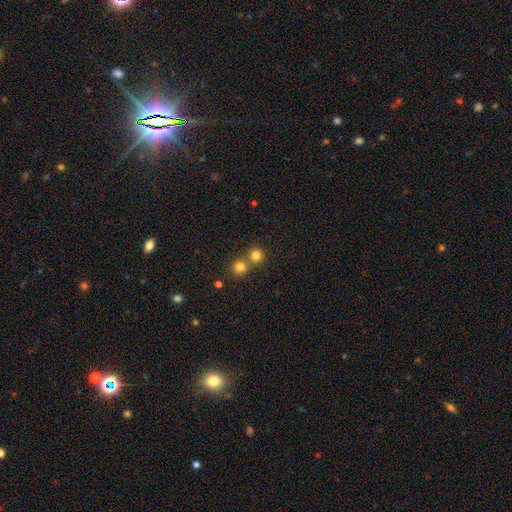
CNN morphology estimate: A smooth galaxy with no disk features (79%) that is round (91%).

Vote fractions:
- Smooth or featured? smooth: 79% / star or artifact: 14% / featured or disk: 7%
- How rounded? round: 91% / in between: 8% / cigar-shaped: 1%
- Merging? none: 56% / merger: 37% / minor disturbance: 5% / major disturbance: 2%